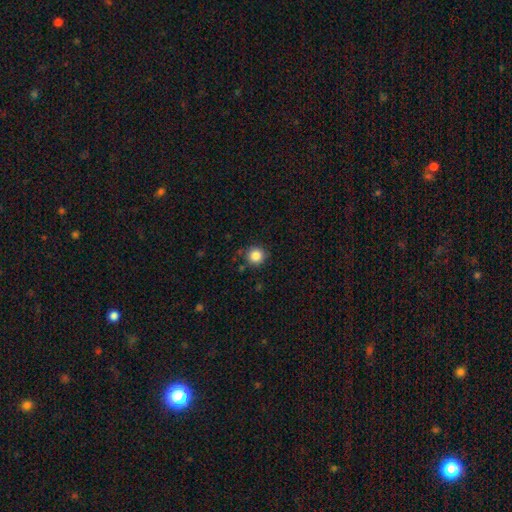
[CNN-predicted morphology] Smooth or featured? Predicted: smooth (p=0.85). How rounded? Predicted: round (p=0.93). Merging? Predicted: none (p=0.86).